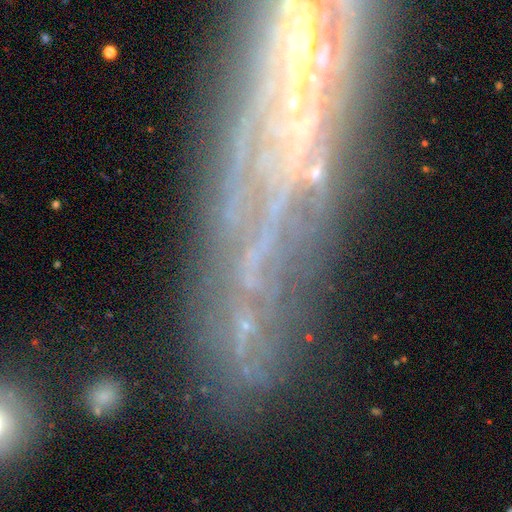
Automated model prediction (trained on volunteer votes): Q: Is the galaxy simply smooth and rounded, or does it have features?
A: featured or disk — 57%.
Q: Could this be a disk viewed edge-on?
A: no — 75%.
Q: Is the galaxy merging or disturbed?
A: none — 65%.